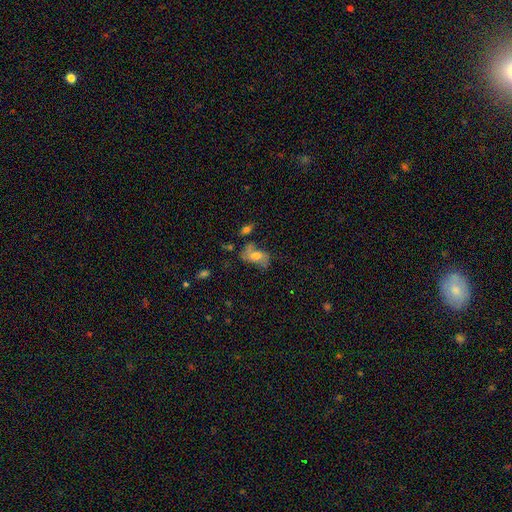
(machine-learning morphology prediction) A featured or disk galaxy (46%). Merging: none (42%).